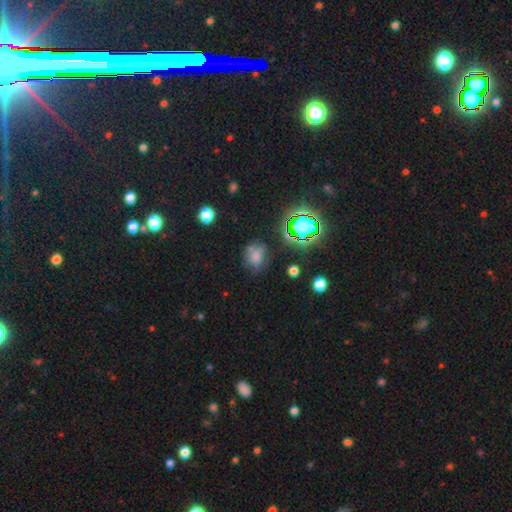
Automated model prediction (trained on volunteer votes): Overall: smooth (61%; star or artifact 23%). How rounded: round (50%; in between 49%). Merging: none (58%; minor disturbance 25%).